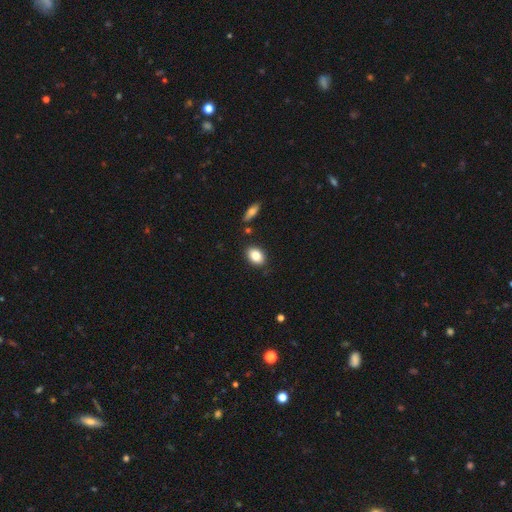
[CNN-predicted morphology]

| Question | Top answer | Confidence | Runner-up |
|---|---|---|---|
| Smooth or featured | smooth | 84% | featured or disk (8%) |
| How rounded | in between | 85% | round (14%) |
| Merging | none | 84% | minor disturbance (10%) |